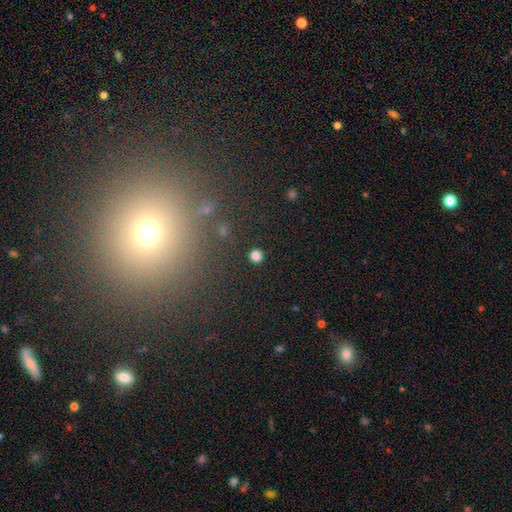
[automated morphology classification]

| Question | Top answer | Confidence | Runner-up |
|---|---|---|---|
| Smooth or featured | smooth | 82% | star or artifact (14%) |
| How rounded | round | 92% | in between (7%) |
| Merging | none | 92% | minor disturbance (5%) |